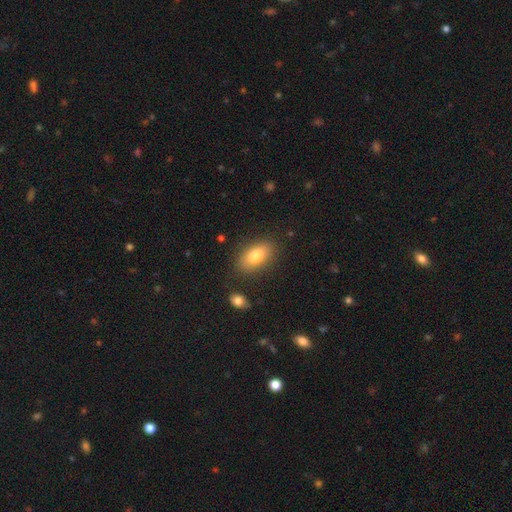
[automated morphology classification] A smooth galaxy with no disk features (79%) that is in between round and cigar-shaped (90%). Merging: none (83%).